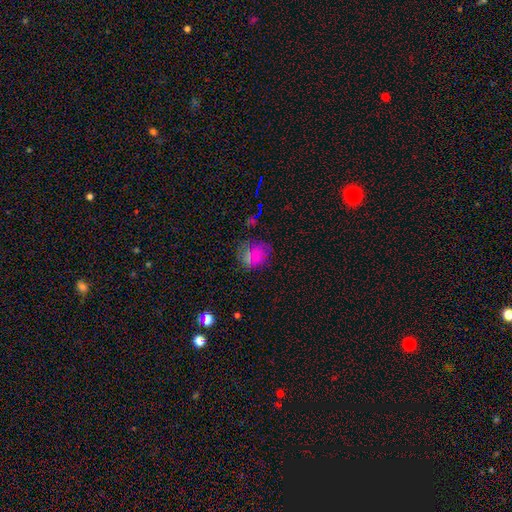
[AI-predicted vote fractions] smooth_or_featured: smooth (p=0.62) [alt: star or artifact p=0.27]
how_rounded: round (p=0.71) [alt: in between p=0.27]
merging: none (p=0.75) [alt: minor disturbance p=0.16]